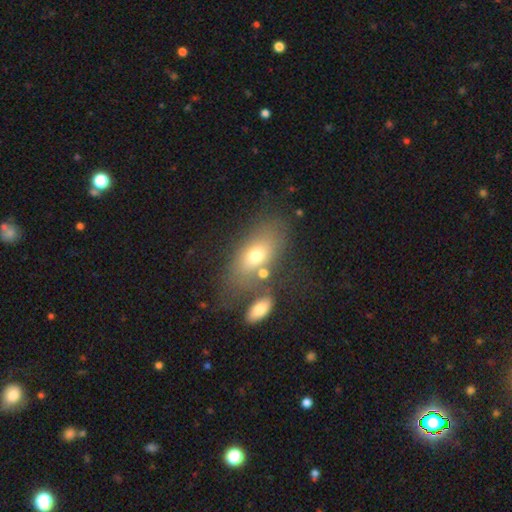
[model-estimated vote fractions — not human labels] This is likely a smooth galaxy (66%). How rounded: clearly in between (83%). Merging: possibly none (52%).